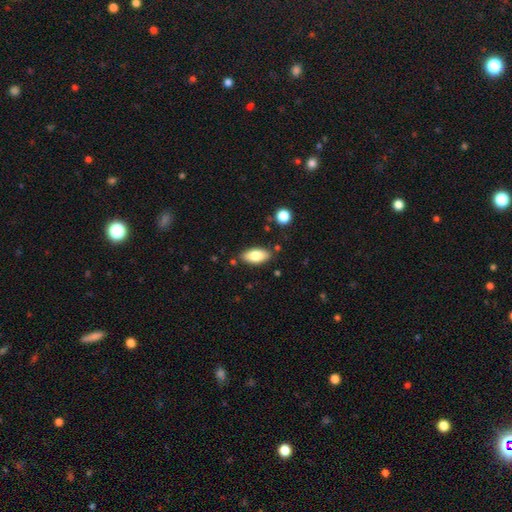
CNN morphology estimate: smooth_or_featured: smooth (p=0.80) [alt: featured or disk p=0.13]
how_rounded: in between (p=0.90) [alt: cigar-shaped p=0.08]
merging: none (p=0.83) [alt: minor disturbance p=0.11]